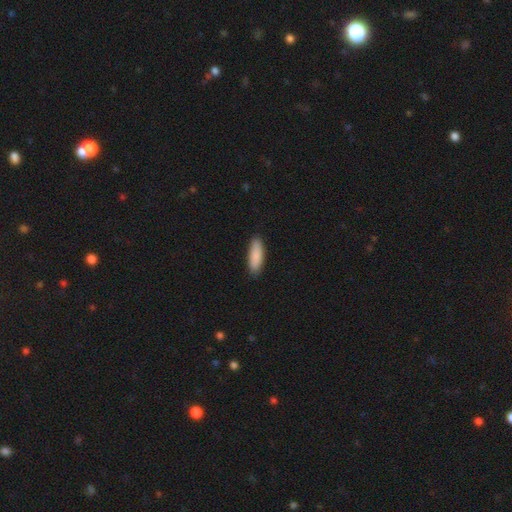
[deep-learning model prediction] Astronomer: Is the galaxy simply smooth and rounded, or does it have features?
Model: smooth — 88%.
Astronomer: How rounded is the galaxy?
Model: in between — 60% (runner-up: cigar-shaped, 39%).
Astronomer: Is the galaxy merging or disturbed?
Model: none — 86%.